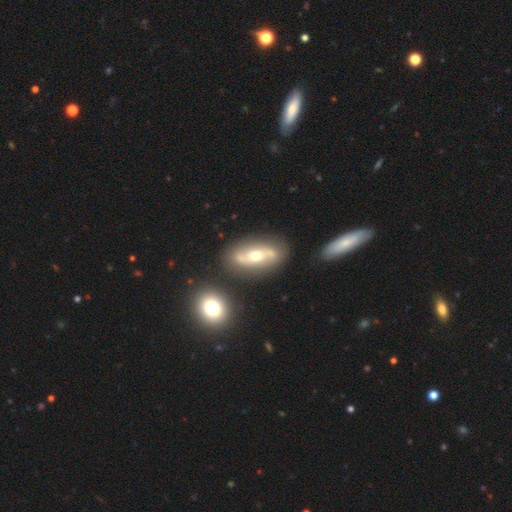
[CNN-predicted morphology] The model was most divided on "bar": no: 50%, weak: 29%, strong: 21%. More confident: edge-on disk — no (87%); spiral arms — yes (79%); merging — none (76%); bulge size — moderate (70%); smooth or featured — featured or disk (69%).